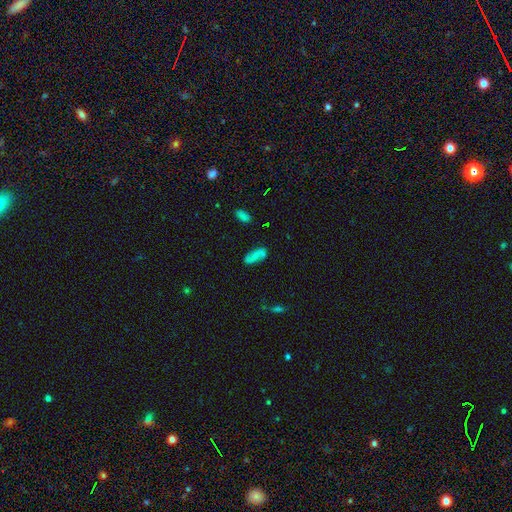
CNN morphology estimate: A featured or disk galaxy (49%).

Vote fractions:
- Smooth or featured? featured or disk: 49% / smooth: 41% / star or artifact: 10%
- Merging? none: 74% / minor disturbance: 17% / major disturbance: 6% / merger: 3%